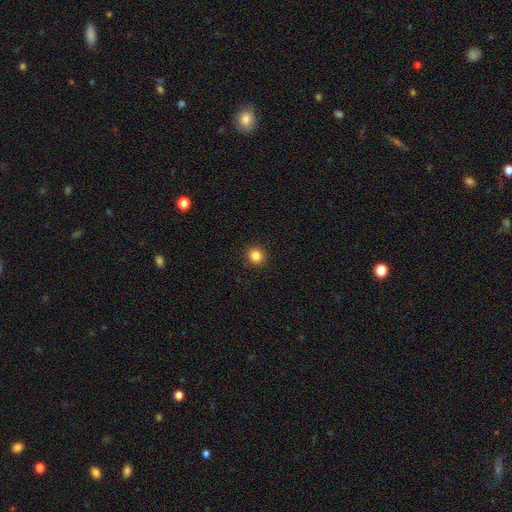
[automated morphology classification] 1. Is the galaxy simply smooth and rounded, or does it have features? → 85% smooth, 11% star or artifact, 4% featured or disk.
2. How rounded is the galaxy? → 89% round, 10% in between, 1% cigar-shaped.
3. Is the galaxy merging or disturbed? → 92% none, 5% minor disturbance, 2% major disturbance, 1% merger.